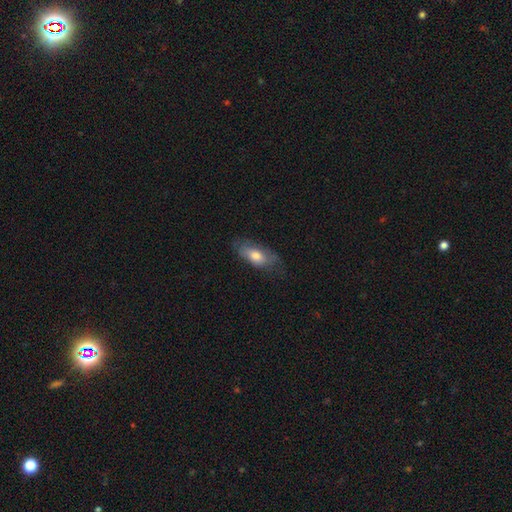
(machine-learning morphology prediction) Q: Smooth or featured?
A: smooth (68%); runner-up: featured or disk (25%)
Q: How rounded?
A: in between (84%); runner-up: cigar-shaped (12%)
Q: Merging?
A: none (56%); runner-up: minor disturbance (28%)